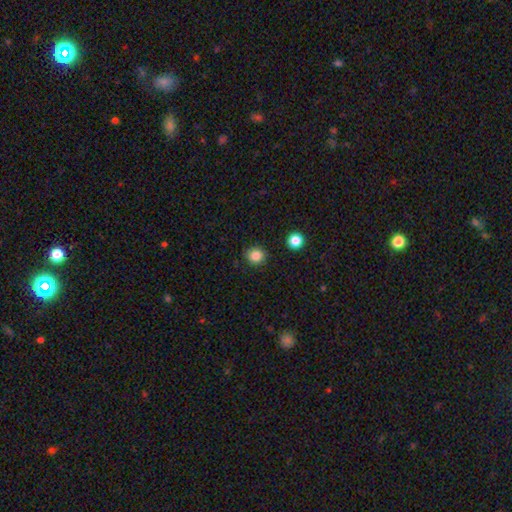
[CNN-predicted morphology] Smooth or featured? smooth (85%)
How rounded? round (87%)
Merging? none (89%)